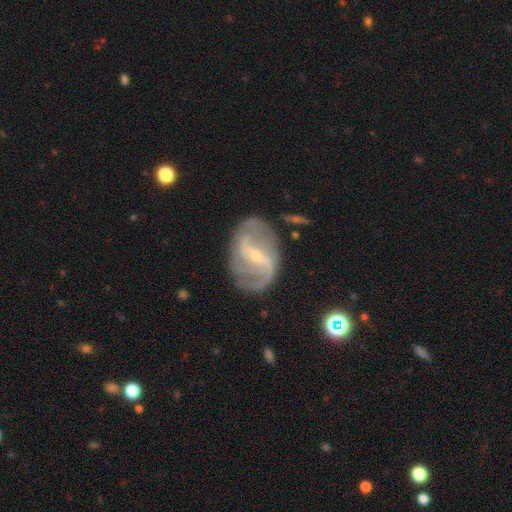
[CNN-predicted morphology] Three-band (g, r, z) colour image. It shows a featured or disk galaxy (87%) with a strong bar (44%), 2 (73%) medium (43%) spiral arms (93%) and a small central bulge (77%). Merging: none (70%).